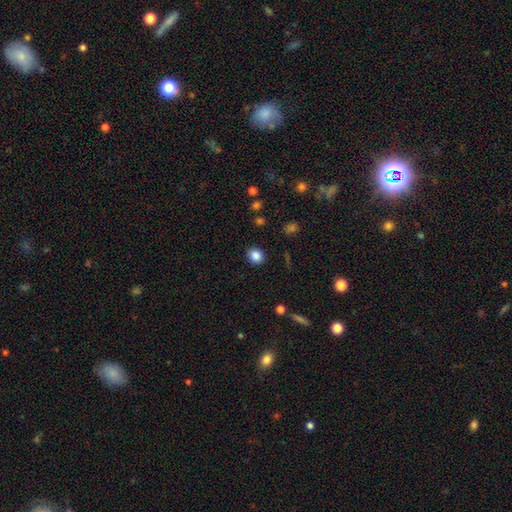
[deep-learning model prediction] This is clearly a smooth galaxy (85%). How rounded: likely round (70%). Merging: clearly none (89%).